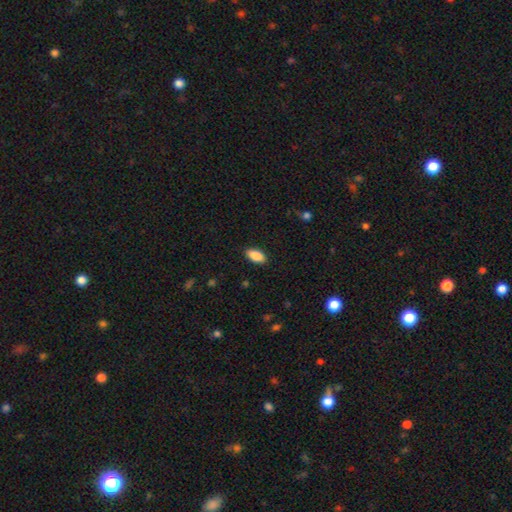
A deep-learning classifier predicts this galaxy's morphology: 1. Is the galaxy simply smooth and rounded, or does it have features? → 88% smooth, 7% star or artifact, 6% featured or disk.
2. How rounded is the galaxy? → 91% in between, 7% cigar-shaped, 2% round.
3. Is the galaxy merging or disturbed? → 89% none, 9% minor disturbance, 2% major disturbance, 1% merger.